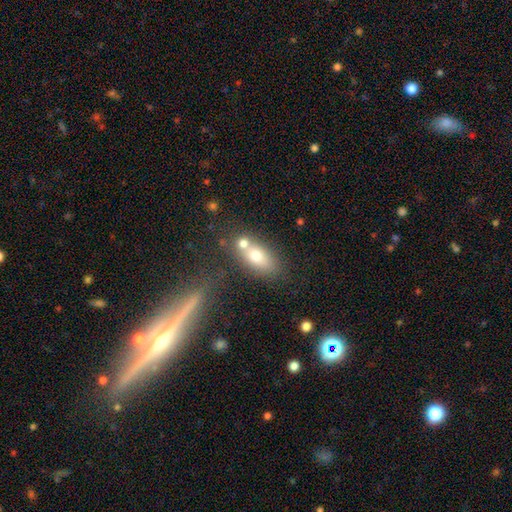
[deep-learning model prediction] A smooth galaxy with no disk features (68%) that is in between round and cigar-shaped (76%). Merging: none (46%).